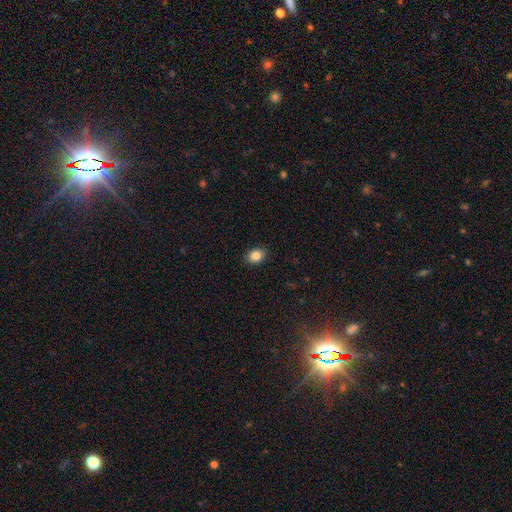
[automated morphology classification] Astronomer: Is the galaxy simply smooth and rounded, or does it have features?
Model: smooth — 85%.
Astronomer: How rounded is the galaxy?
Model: in between — 63%.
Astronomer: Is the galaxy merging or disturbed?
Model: none — 88%.